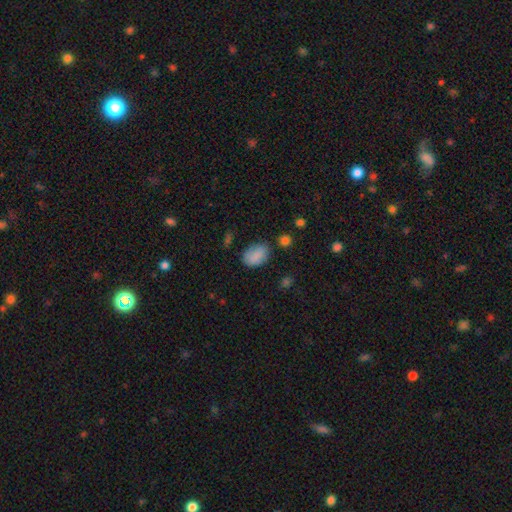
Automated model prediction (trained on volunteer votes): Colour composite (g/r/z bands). It shows a smooth galaxy with no disk features (83%) that is in between round and cigar-shaped (83%). Merging: none (66%).